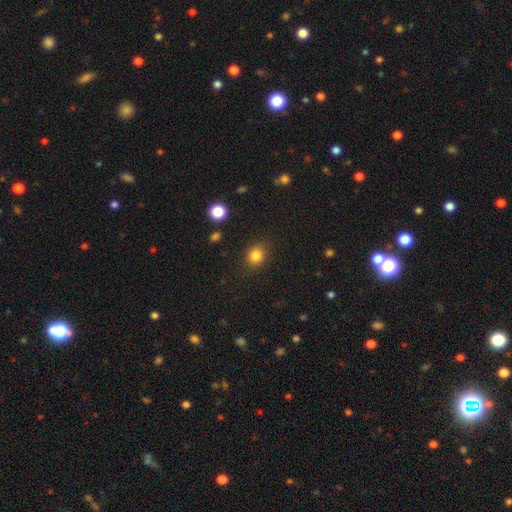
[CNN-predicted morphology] Overall: smooth (84%). How rounded: round (73%). Merging: none (85%).